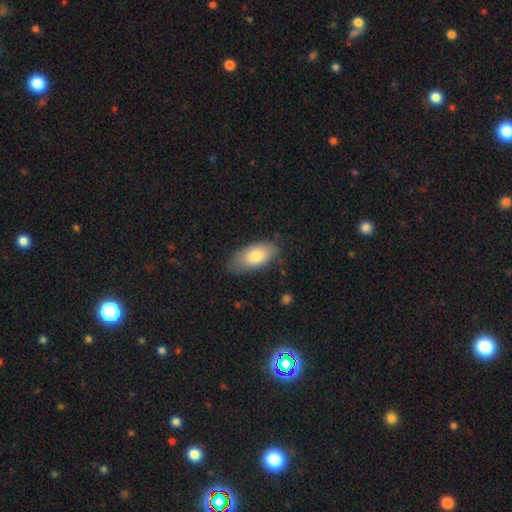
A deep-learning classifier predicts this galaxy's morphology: Smooth or featured? Predicted: smooth (p=0.77). How rounded? Predicted: in between (p=0.92). Merging? Predicted: none (p=0.73).